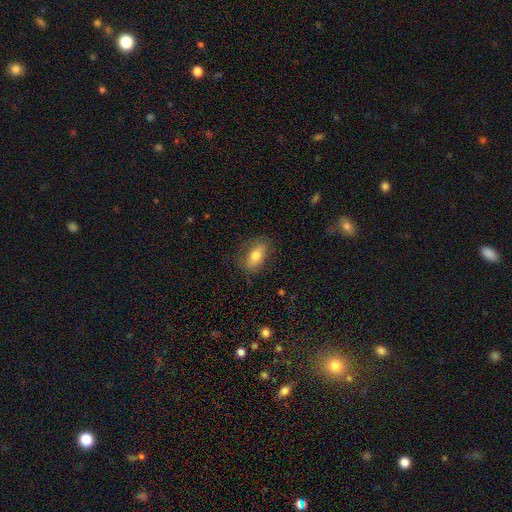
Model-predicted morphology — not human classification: type=smooth (67%); roundness=in between (81%); merging=none (78%).